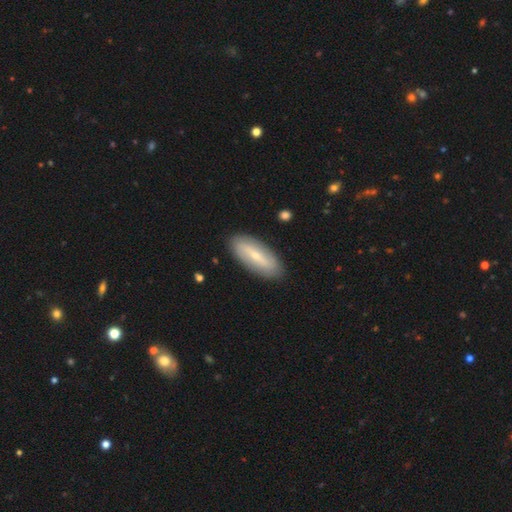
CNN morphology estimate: Smooth or featured? featured or disk (52%)
Edge-on disk? no (74%)
Merging? none (88%)